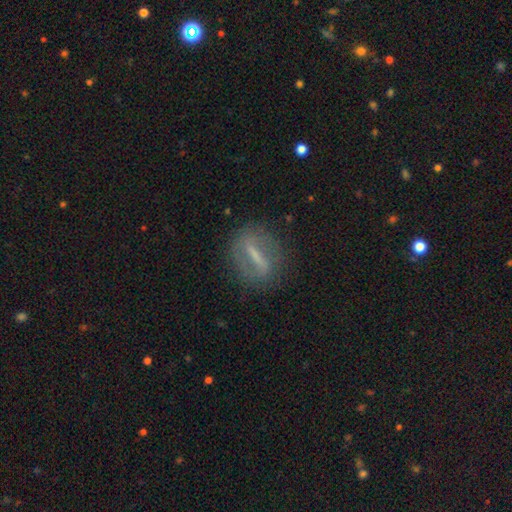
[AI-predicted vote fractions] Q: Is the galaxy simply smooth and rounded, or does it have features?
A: featured or disk — 64%.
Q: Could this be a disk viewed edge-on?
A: no — 72%.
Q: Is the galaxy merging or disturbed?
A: none — 81%.